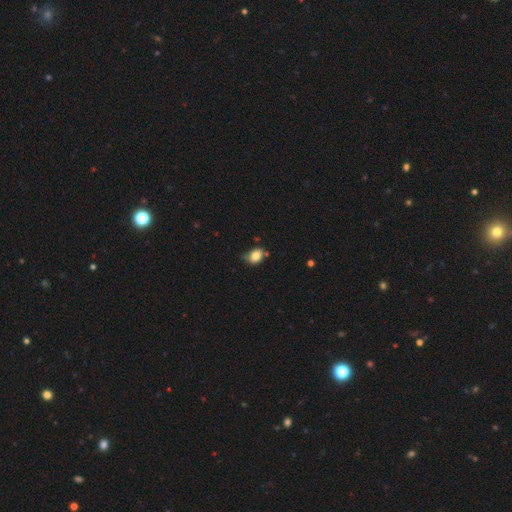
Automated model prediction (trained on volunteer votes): This appears to be a smooth galaxy with no disk features (81%) that is in between round and cigar-shaped (59%). Merging: none (49%).